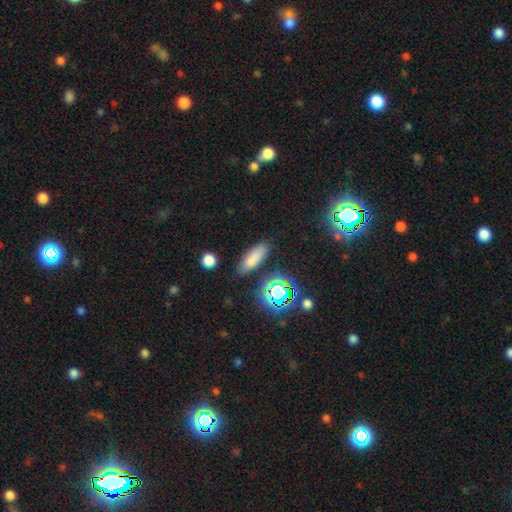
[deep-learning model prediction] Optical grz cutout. It shows a smooth galaxy with no disk features (73%) that is in between round and cigar-shaped (59%). Merging: none (85%).